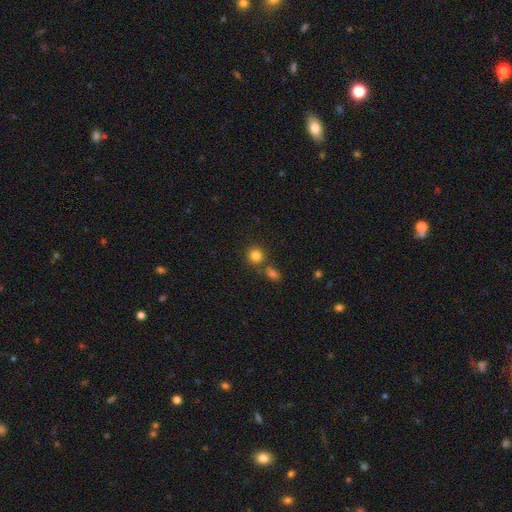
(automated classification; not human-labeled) This is clearly a smooth galaxy (83%). How rounded: clearly round (89%). Merging: likely none (67%).